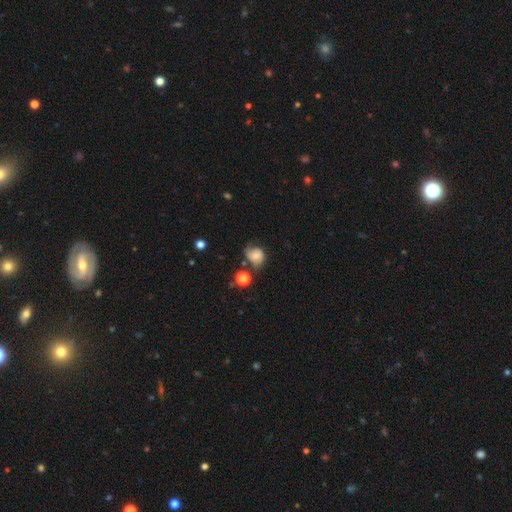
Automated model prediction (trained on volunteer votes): A smooth galaxy with no disk features (58%) that is round (61%).

Vote fractions:
- Smooth or featured? smooth: 58% / featured or disk: 30% / star or artifact: 11%
- How rounded? round: 61% / in between: 39% / cigar-shaped: 1%
- Merging? none: 44% / minor disturbance: 34% / major disturbance: 14% / merger: 8%